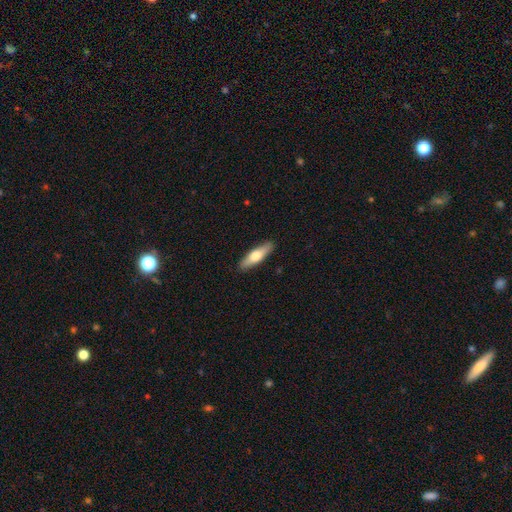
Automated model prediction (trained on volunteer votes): The model was most divided on "how rounded": cigar-shaped: 63%, in between: 35%, round: 2%. More confident: merging — none (90%); smooth or featured — smooth (61%).